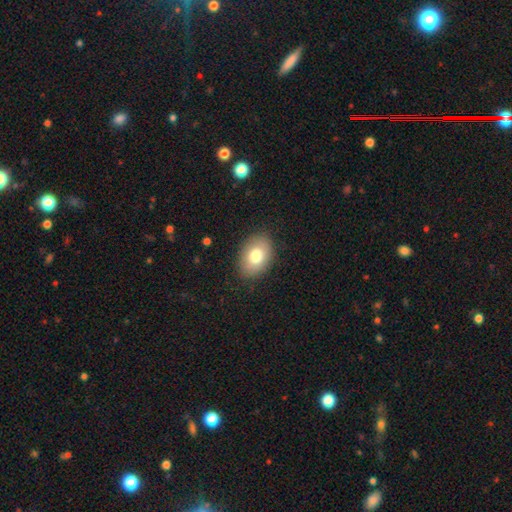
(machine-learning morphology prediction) Smooth or featured? Predicted: smooth (p=0.78). How rounded? Predicted: in between (p=0.83). Merging? Predicted: none (p=0.86).